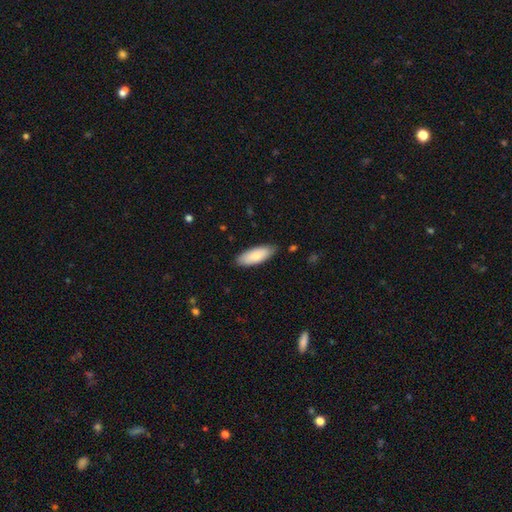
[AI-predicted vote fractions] The model was most divided on "how rounded": in between: 75%, cigar-shaped: 23%, round: 1%. More confident: merging — none (84%); smooth or featured — smooth (84%).